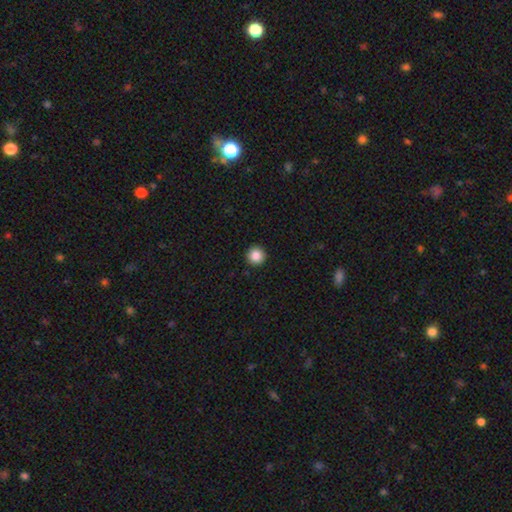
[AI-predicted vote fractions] Overall: smooth (86%). How rounded: round (96%). Merging: none (94%).